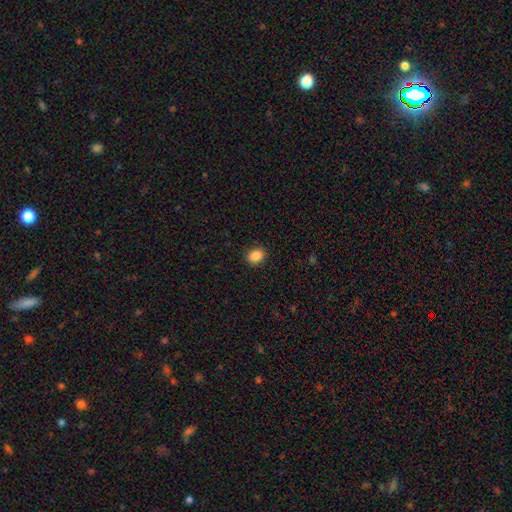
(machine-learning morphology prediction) A smooth galaxy with no disk features (88%) that is in between round and cigar-shaped (56%). Merging: none (89%).